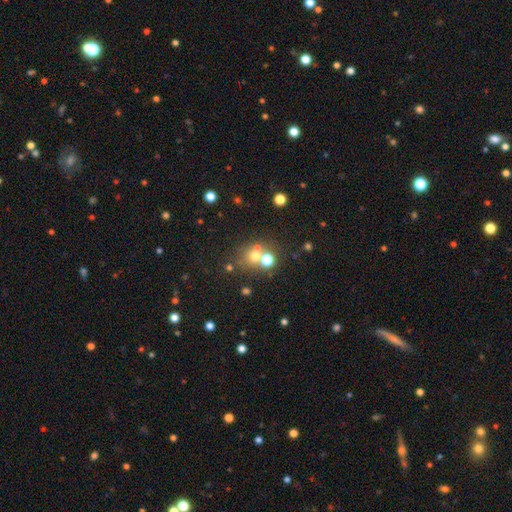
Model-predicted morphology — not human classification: smooth_or_featured: smooth (p=0.61) [alt: star or artifact p=0.24]
how_rounded: round (p=0.81) [alt: in between p=0.18]
merging: none (p=0.57) [alt: merger p=0.29]